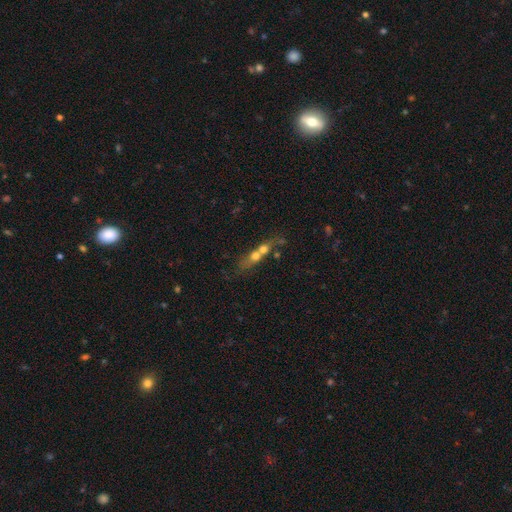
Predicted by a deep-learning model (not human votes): Q: Smooth or featured?
A: smooth (54%); runner-up: featured or disk (35%)
Q: How rounded?
A: in between (38%); runner-up: round (31%)
Q: Merging?
A: merger (67%); runner-up: none (20%)